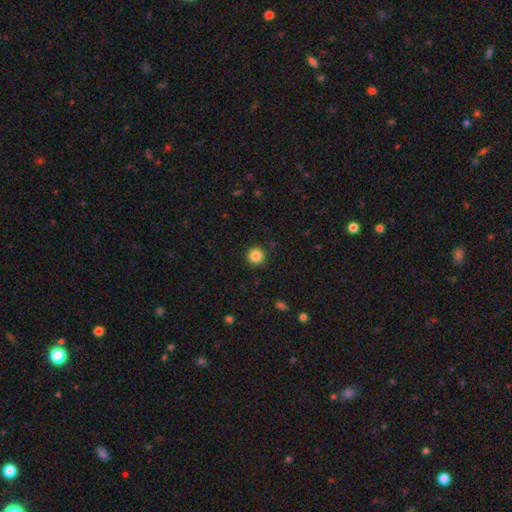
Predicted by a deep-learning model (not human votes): A smooth galaxy with no disk features (86%) that is round (95%).

Vote fractions:
- Smooth or featured? smooth: 86% / star or artifact: 10% / featured or disk: 4%
- How rounded? round: 95% / in between: 4% / cigar-shaped: 1%
- Merging? none: 91% / minor disturbance: 6% / major disturbance: 2% / merger: 1%